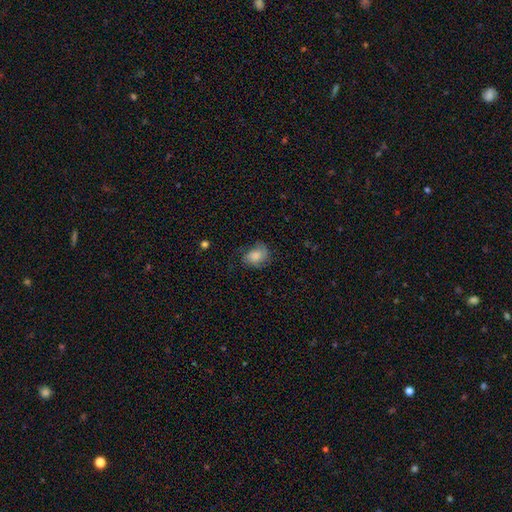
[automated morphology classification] Smooth or featured? Predicted: smooth (p=0.69). How rounded? Predicted: in between (p=0.57). Merging? Predicted: none (p=0.55).